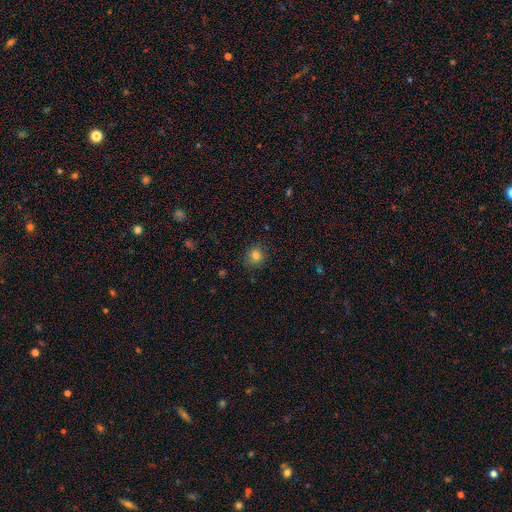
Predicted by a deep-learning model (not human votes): Smooth or featured?
  - smooth: 80% *
  - star or artifact: 13%
  - featured or disk: 7%
How rounded?
  - round: 82% *
  - in between: 17%
  - cigar-shaped: 1%
Merging?
  - none: 86% *
  - minor disturbance: 10%
  - major disturbance: 3%
  - merger: 1%